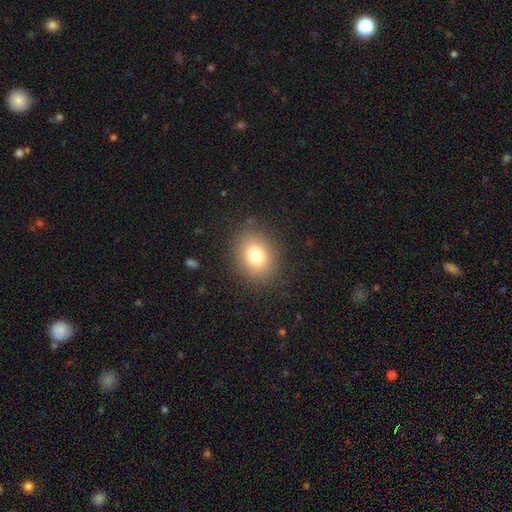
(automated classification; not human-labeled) Smooth or featured: smooth — 77% (star or artifact — 12%)
How rounded: round — 52% (in between — 47%)
Merging: none — 86% (minor disturbance — 9%)